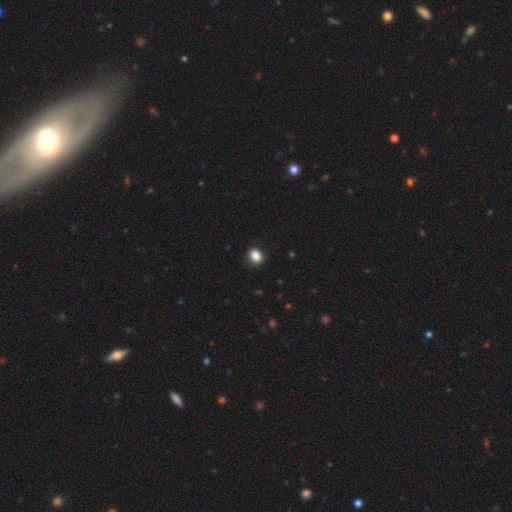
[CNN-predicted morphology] smooth-or-featured: smooth: 87% | star or artifact: 10% | featured or disk: 4%
  how-rounded: round: 54% | in between: 45% | cigar-shaped: 1%
  merging: none: 90% | minor disturbance: 7% | major disturbance: 2% | merger: 1%